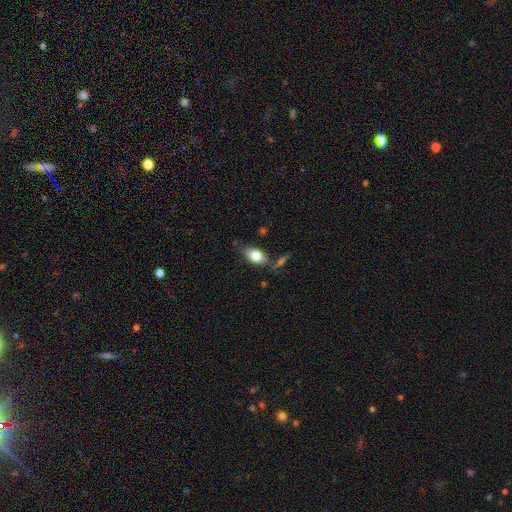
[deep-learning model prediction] smooth-or-featured: smooth: 78% | featured or disk: 15% | star or artifact: 7%
  how-rounded: in between: 91% | round: 5% | cigar-shaped: 4%
  merging: none: 71% | minor disturbance: 15% | merger: 10% | major disturbance: 4%